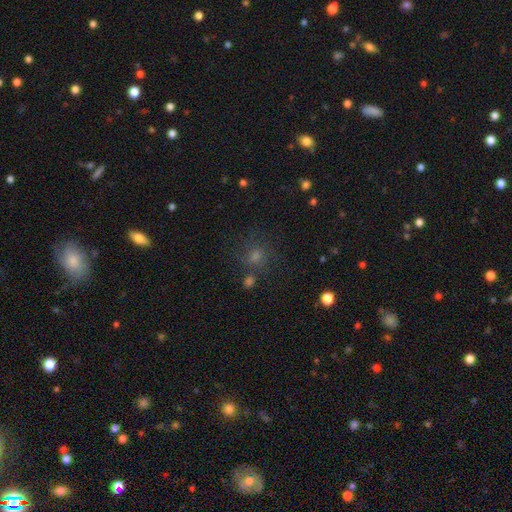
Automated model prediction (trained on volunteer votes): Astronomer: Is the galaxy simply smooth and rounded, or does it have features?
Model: smooth — 53% (runner-up: star or artifact, 33%).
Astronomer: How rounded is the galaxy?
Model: round — 82%.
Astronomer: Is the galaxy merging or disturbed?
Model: none — 71%.